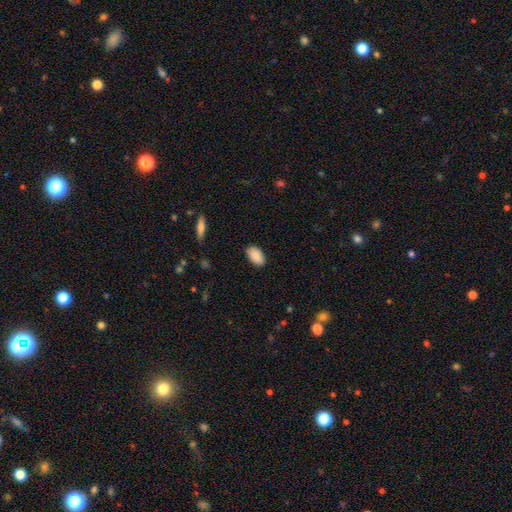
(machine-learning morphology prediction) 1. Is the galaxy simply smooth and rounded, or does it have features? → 89% smooth, 7% star or artifact, 5% featured or disk.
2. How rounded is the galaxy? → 94% in between, 4% round, 2% cigar-shaped.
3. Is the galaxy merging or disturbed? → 87% none, 10% minor disturbance, 2% major disturbance, 1% merger.